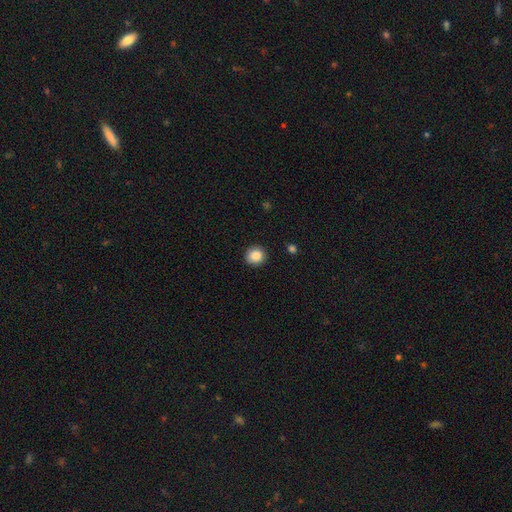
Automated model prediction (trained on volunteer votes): A smooth galaxy with no disk features (87%) that is round (86%).

Vote fractions:
- Smooth or featured? smooth: 87% / star or artifact: 9% / featured or disk: 4%
- How rounded? round: 86% / in between: 13% / cigar-shaped: 1%
- Merging? none: 90% / minor disturbance: 7% / major disturbance: 2% / merger: 1%